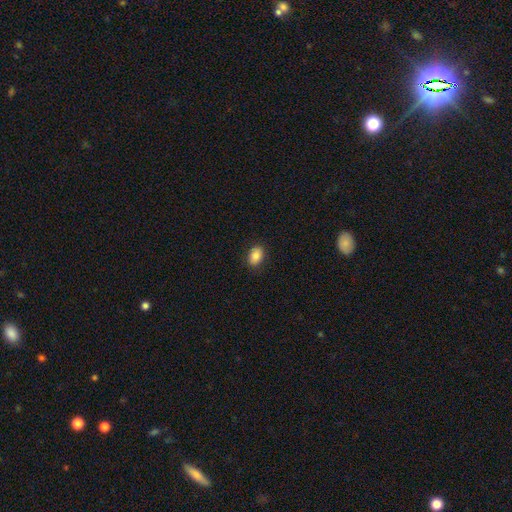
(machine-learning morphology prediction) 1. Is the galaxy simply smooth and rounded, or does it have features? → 86% smooth, 8% star or artifact, 6% featured or disk.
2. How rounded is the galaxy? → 79% in between, 19% round, 1% cigar-shaped.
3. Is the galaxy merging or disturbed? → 88% none, 9% minor disturbance, 2% major disturbance, 1% merger.